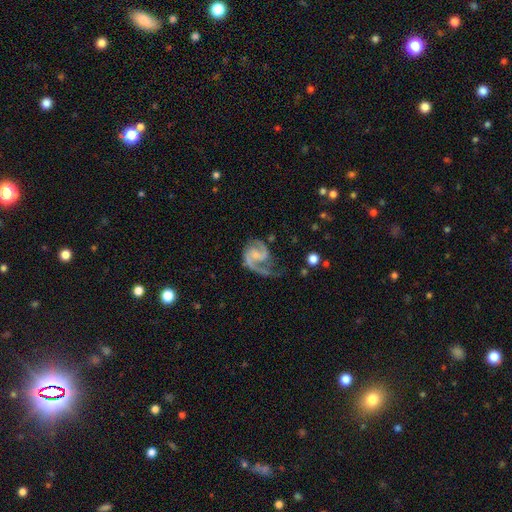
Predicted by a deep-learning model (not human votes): Smooth or featured?
  - featured or disk: 90% *
  - smooth: 6%
  - star or artifact: 4%
Edge-on disk?
  - no: 98% *
  - yes: 2%
Bar?
  - no: 45% *
  - weak: 43%
  - strong: 12%
Spiral arms?
  - yes: 97% *
  - no: 3%
Spiral winding?
  - medium: 57% *
  - loose: 23%
  - tight: 21%
Spiral arm count?
  - 2: 81% *
  - 1: 13%
  - can't tell: 3%
  - 3: 2%
  - 4: 1%
  - more than 4: 1%
Bulge size?
  - small: 50% *
  - none: 24%
  - moderate: 23%
  - large: 2%
  - dominant: 1%
Merging?
  - none: 51% *
  - minor disturbance: 24%
  - major disturbance: 23%
  - merger: 3%